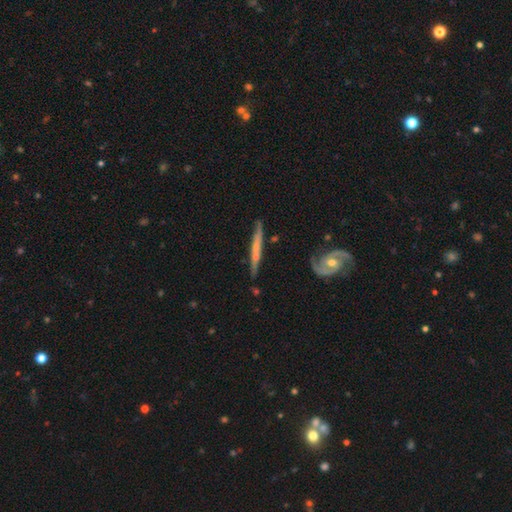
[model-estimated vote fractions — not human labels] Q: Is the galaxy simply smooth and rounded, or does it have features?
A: featured or disk — 72%.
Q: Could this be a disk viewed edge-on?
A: yes — 88%.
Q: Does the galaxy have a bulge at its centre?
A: none — 47%, tied with rounded.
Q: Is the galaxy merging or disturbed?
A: none — 80%.